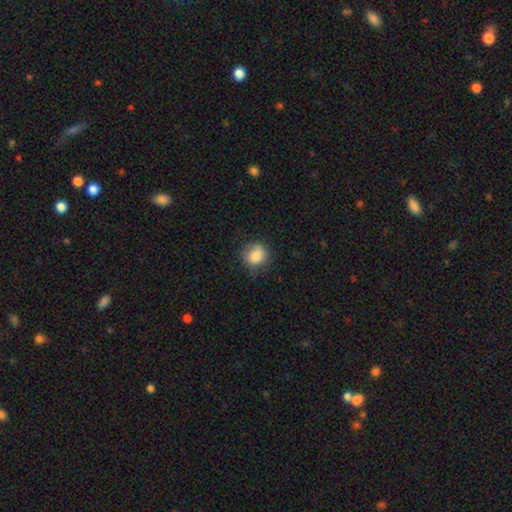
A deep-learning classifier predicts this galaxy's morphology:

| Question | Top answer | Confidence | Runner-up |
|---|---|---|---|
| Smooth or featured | smooth | 85% | star or artifact (9%) |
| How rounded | round | 79% | in between (20%) |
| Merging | none | 77% | minor disturbance (18%) |